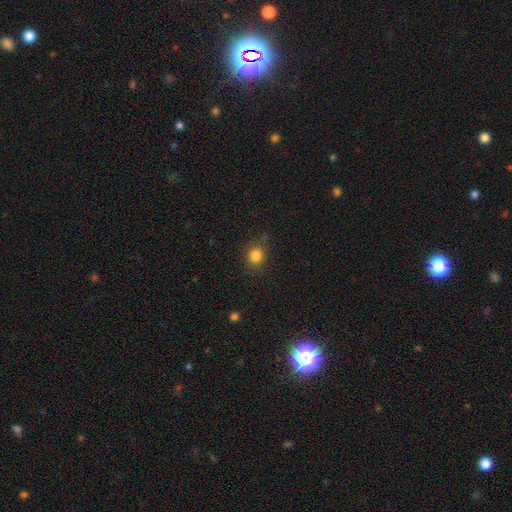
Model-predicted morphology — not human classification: This appears to be a smooth galaxy with no disk features (84%) that is round (82%). Merging: none (81%).